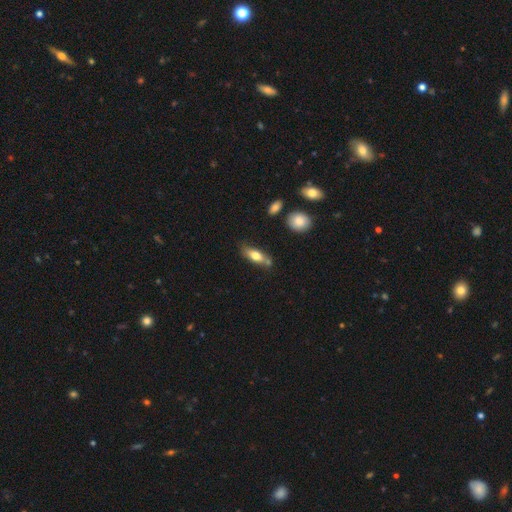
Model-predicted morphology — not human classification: This appears to be a smooth galaxy with no disk features (68%) that is in between round and cigar-shaped (66%). Merging: none (62%).